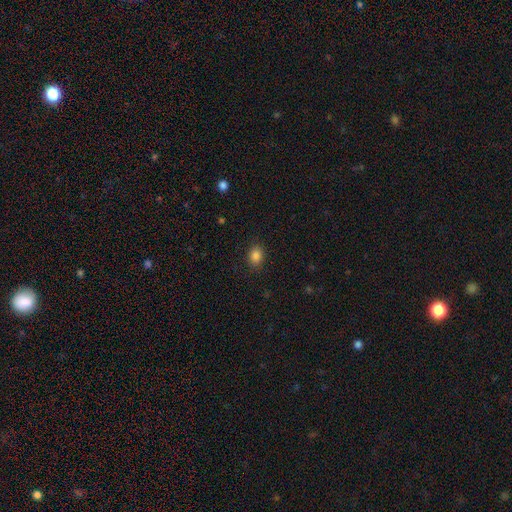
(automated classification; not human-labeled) This is clearly a smooth galaxy (86%). How rounded: likely in between (66%). Merging: clearly none (88%).